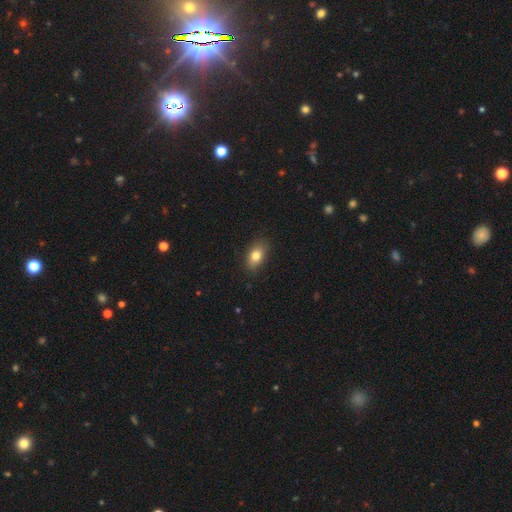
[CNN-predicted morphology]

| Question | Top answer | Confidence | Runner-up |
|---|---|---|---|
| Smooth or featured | smooth | 81% | featured or disk (10%) |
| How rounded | in between | 84% | round (13%) |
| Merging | none | 85% | minor disturbance (12%) |